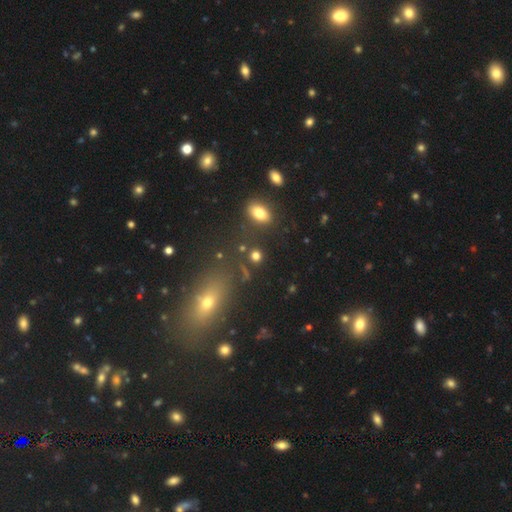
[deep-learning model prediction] smooth 75%, star or artifact 17%, featured or disk 8%. Down the decision tree: how rounded — round (69%); merging — none (75%).